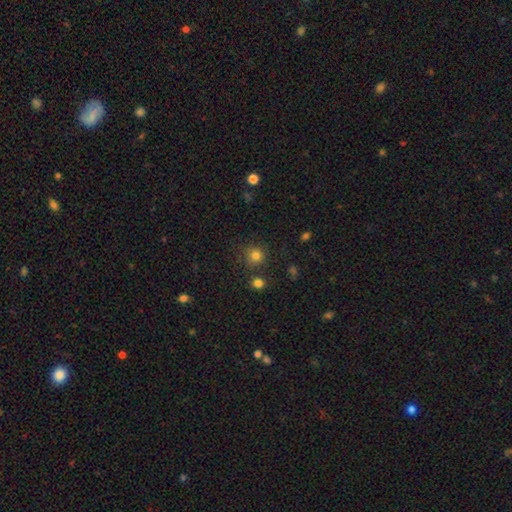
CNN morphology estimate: smooth-or-featured: smooth: 80% | star or artifact: 14% | featured or disk: 6%
  how-rounded: round: 91% | in between: 8% | cigar-shaped: 1%
  merging: none: 80% | minor disturbance: 11% | merger: 6% | major disturbance: 4%